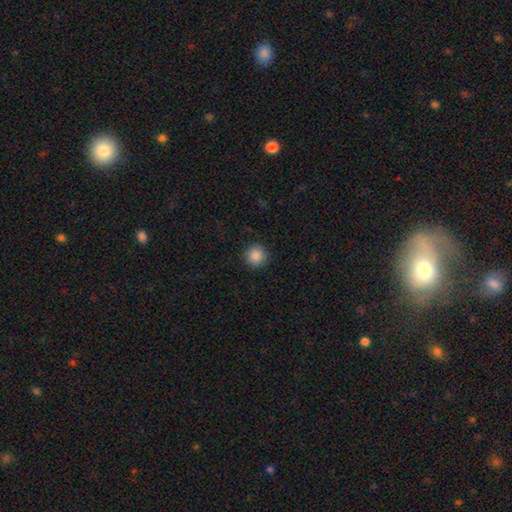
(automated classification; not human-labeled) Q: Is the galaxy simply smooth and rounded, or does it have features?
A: smooth — 88%.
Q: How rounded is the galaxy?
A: round — 95%.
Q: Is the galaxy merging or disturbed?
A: none — 91%.